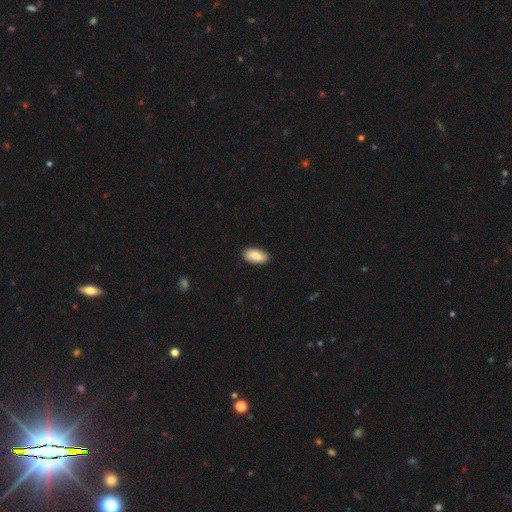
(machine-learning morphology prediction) Smooth or featured: smooth — 84% (featured or disk — 10%)
How rounded: in between — 92% (cigar-shaped — 6%)
Merging: none — 88% (minor disturbance — 10%)